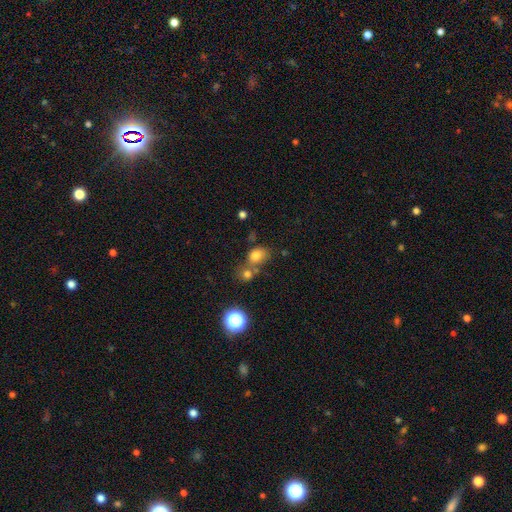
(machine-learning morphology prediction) smooth_or_featured: smooth (p=0.75) [alt: star or artifact p=0.15]
how_rounded: in between (p=0.50) [alt: round p=0.49]
merging: none (p=0.42) [alt: merger p=0.41]